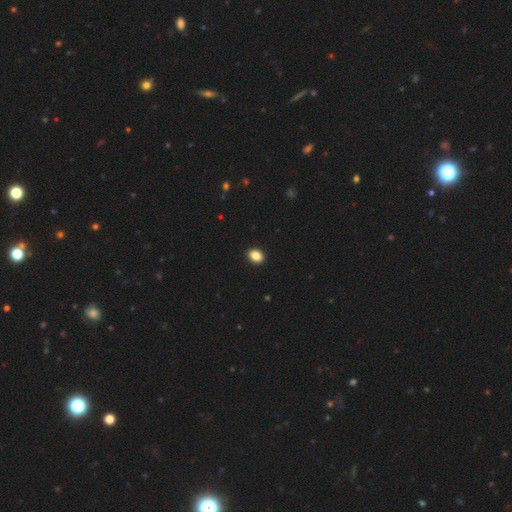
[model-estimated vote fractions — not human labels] This appears to be a smooth galaxy with no disk features (87%) that is in between round and cigar-shaped (64%). Merging: none (92%).